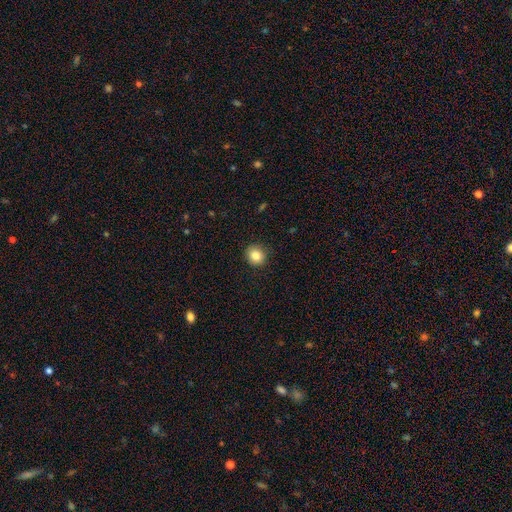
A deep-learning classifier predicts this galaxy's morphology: smooth_or_featured: smooth (p=0.85) [alt: star or artifact p=0.10]
how_rounded: round (p=0.86) [alt: in between p=0.13]
merging: none (p=0.88) [alt: minor disturbance p=0.08]